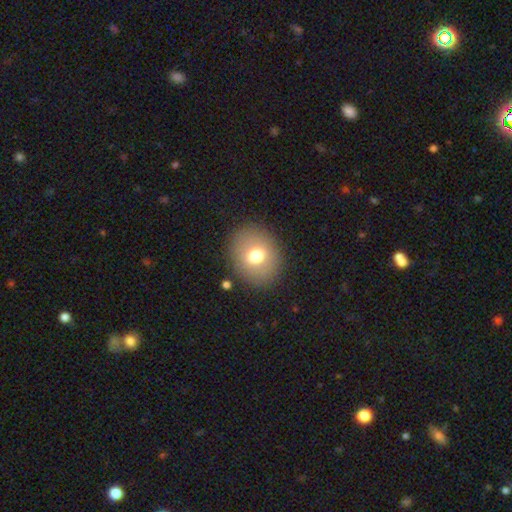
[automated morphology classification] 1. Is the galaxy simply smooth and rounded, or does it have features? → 70% smooth, 19% featured or disk, 11% star or artifact.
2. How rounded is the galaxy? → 66% round, 33% in between, 1% cigar-shaped.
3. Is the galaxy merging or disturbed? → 87% none, 8% minor disturbance, 4% major disturbance, 2% merger.